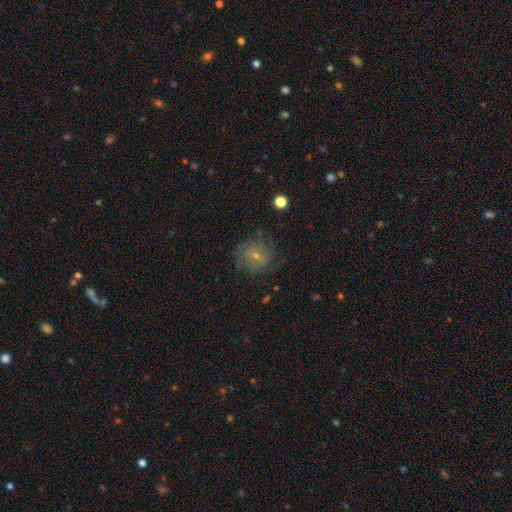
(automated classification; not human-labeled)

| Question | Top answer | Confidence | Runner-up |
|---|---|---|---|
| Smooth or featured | featured or disk | 44% | smooth (42%) |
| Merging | none | 71% | minor disturbance (18%) |